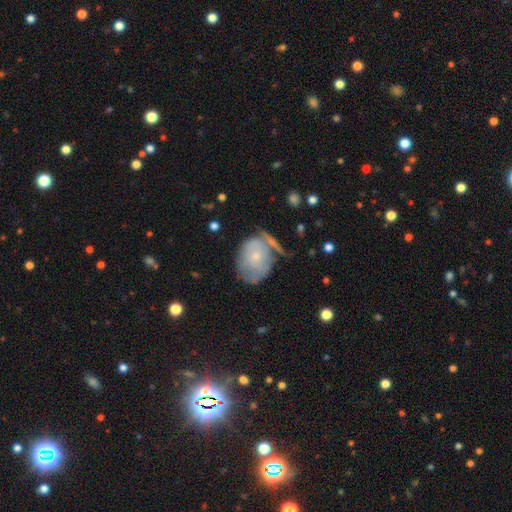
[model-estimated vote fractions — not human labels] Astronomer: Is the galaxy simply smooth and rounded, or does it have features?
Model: smooth — 51% (runner-up: featured or disk, 42%).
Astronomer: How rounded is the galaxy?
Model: in between — 59% (runner-up: round, 39%).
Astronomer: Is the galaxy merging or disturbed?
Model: none — 45% (runner-up: minor disturbance, 28%).